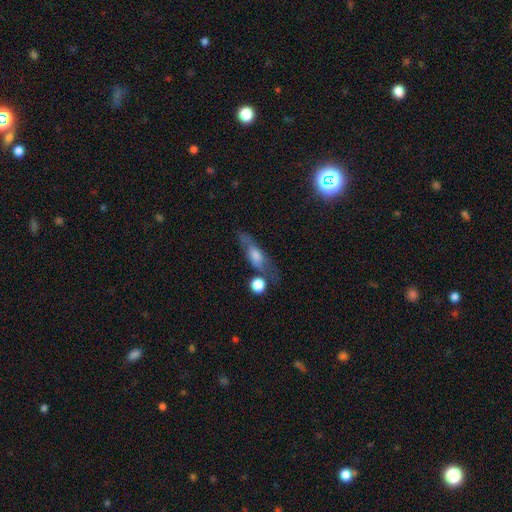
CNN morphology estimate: The model was most divided on "smooth or featured": featured or disk: 44%, smooth: 43%, star or artifact: 13%. More confident: merging — none (57%).